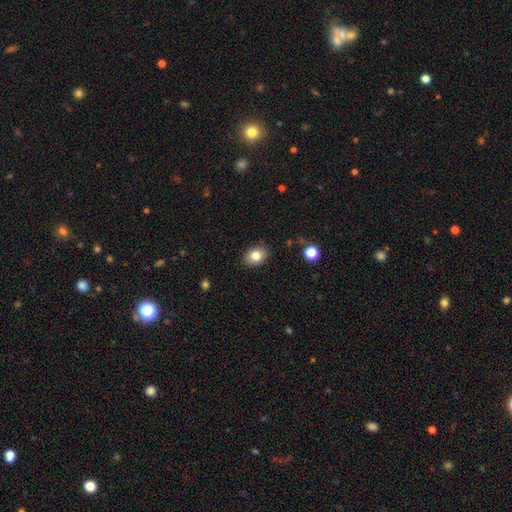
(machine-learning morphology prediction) Smooth or featured? Predicted: smooth (p=0.81). How rounded? Predicted: in between (p=0.71). Merging? Predicted: none (p=0.86).